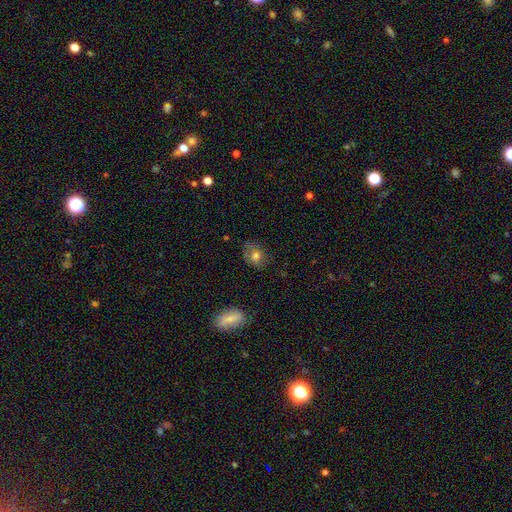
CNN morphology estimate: smooth 70%, featured or disk 18%, star or artifact 12%. Down the decision tree: how rounded — round (51%); merging — none (59%).